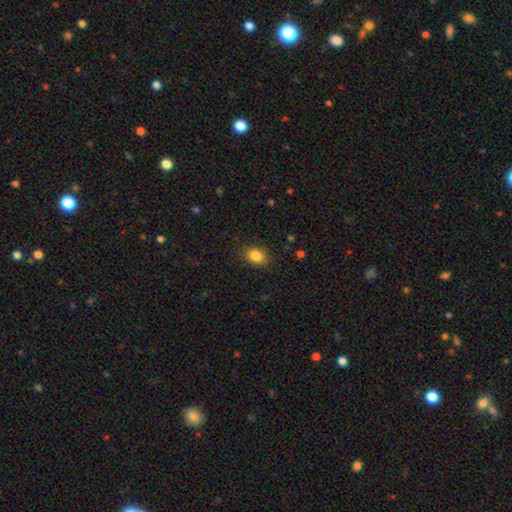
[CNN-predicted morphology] Smooth or featured: smooth — 85% (star or artifact — 10%)
How rounded: in between — 62% (round — 37%)
Merging: none — 85% (minor disturbance — 11%)